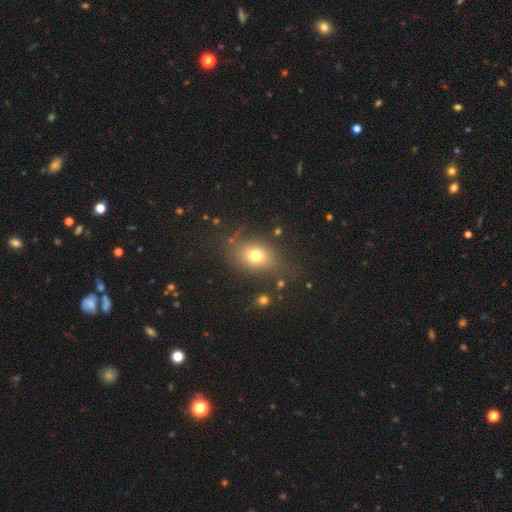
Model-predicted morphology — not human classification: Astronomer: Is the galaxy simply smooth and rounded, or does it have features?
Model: smooth — 72%.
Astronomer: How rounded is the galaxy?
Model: in between — 61% (runner-up: round, 37%).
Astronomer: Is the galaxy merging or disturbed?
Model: none — 73%.